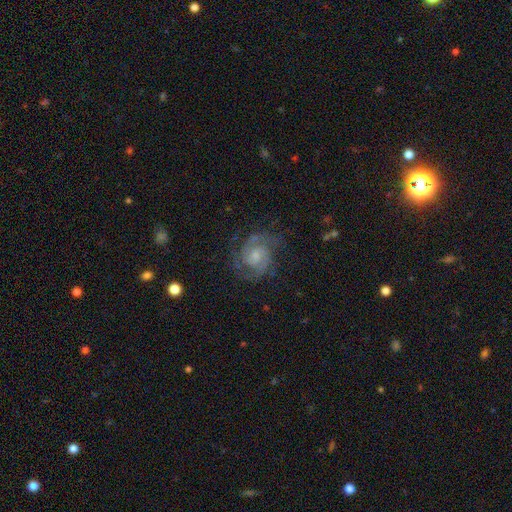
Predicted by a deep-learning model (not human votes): smooth-or-featured: featured or disk: 87% | star or artifact: 7% | smooth: 6%
  disk-edge-on: no: 98% | yes: 2%
    bar: no: 56% | weak: 37% | strong: 7%
    has-spiral-arms: yes: 98% | no: 2%
      spiral-winding: tight: 47% | medium: 45% | loose: 8%
      spiral-arm-count: 2: 78% | 3: 9% | can't tell: 7% | 4: 2% | 1: 2% | more than 4: 2%
    bulge-size: small: 56% | moderate: 31% | none: 9% | large: 3% | dominant: 1%
  merging: none: 75% | minor disturbance: 16% | major disturbance: 8% | merger: 1%